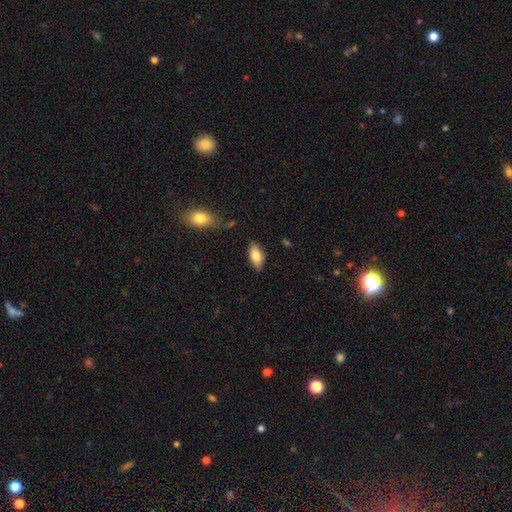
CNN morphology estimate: Overall: smooth (81%). How rounded: in between (91%). Merging: none (81%).